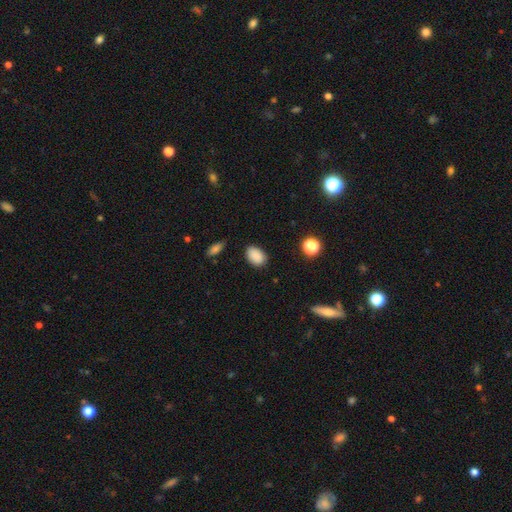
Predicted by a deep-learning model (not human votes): smooth 87%, star or artifact 9%, featured or disk 4%. Down the decision tree: how rounded — in between (80%); merging — none (83%).